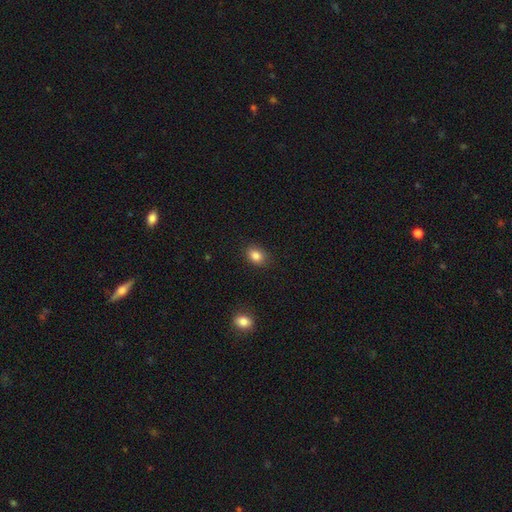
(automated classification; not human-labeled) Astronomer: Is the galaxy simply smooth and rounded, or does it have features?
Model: smooth — 85%.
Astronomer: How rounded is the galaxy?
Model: in between — 61% (runner-up: round, 38%).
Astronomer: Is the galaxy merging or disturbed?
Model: none — 85%.